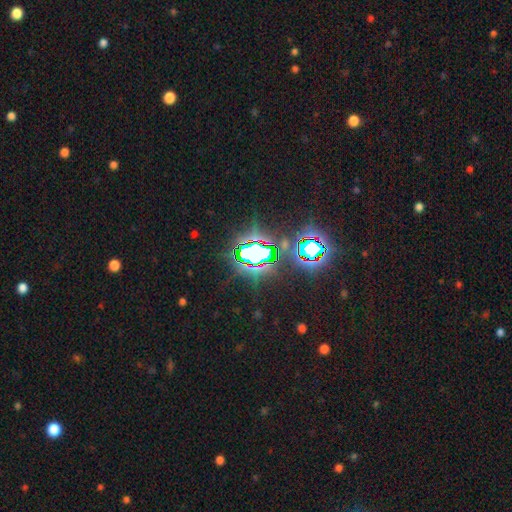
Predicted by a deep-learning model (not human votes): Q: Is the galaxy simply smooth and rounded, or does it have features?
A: star or artifact — 83%.